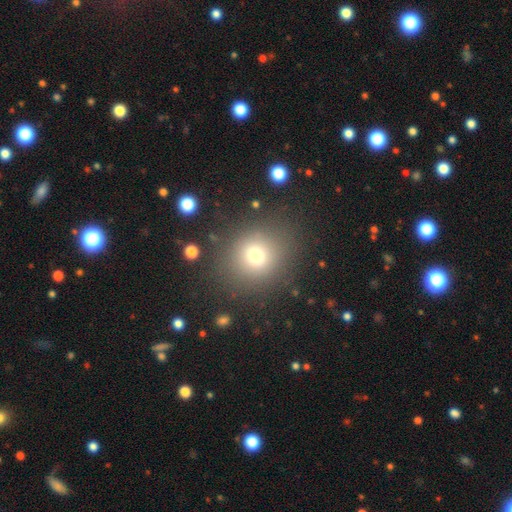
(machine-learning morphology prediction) Smooth or featured? Predicted: smooth (p=0.72). How rounded? Predicted: round (p=0.80). Merging? Predicted: none (p=0.82).